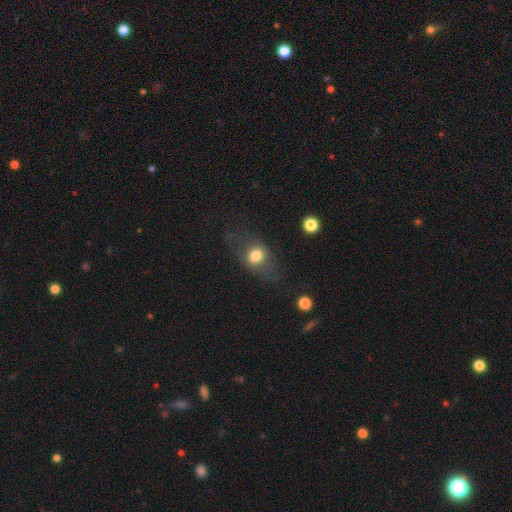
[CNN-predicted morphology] Overall: smooth (72%). How rounded: in between (53%; round 45%). Merging: none (61%).